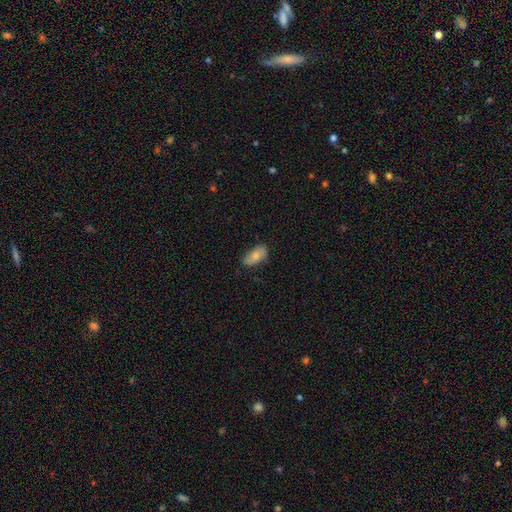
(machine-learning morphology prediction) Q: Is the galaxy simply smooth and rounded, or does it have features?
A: smooth — 72%.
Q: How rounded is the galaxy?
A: in between — 93%.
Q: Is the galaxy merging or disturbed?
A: none — 72%.